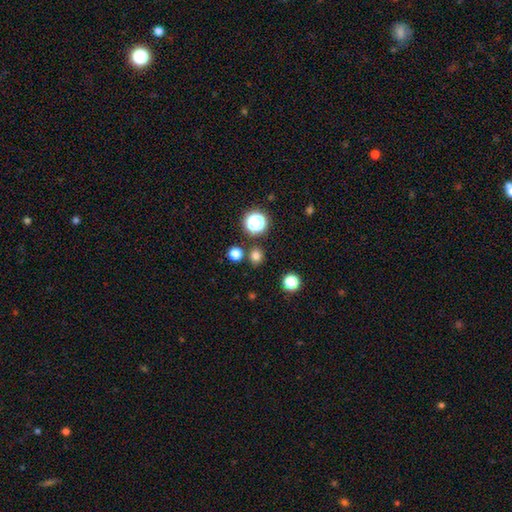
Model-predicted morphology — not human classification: Smooth or featured: smooth — 75% (star or artifact — 20%)
How rounded: round — 89% (in between — 10%)
Merging: none — 84% (minor disturbance — 7%)